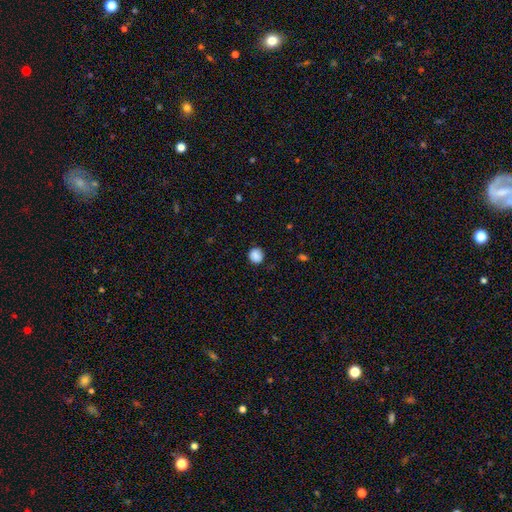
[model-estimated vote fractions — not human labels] smooth-or-featured: smooth: 87% | star or artifact: 9% | featured or disk: 3%
  how-rounded: round: 85% | in between: 14% | cigar-shaped: 1%
  merging: none: 85% | minor disturbance: 11% | major disturbance: 3% | merger: 1%